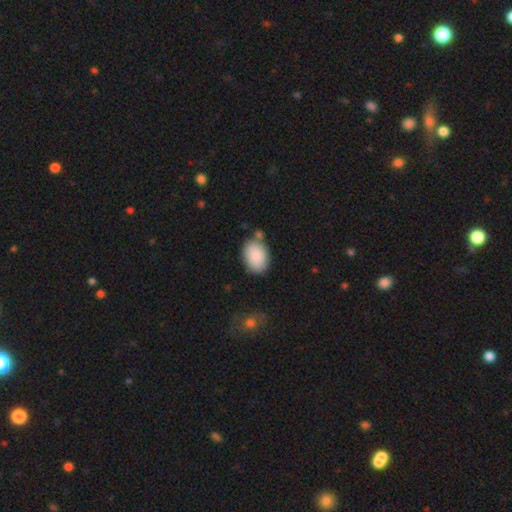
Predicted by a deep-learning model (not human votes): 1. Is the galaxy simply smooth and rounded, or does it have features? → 89% smooth, 6% star or artifact, 5% featured or disk.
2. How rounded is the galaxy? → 83% in between, 16% round, 1% cigar-shaped.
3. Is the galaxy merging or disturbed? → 71% none, 16% minor disturbance, 8% merger, 5% major disturbance.